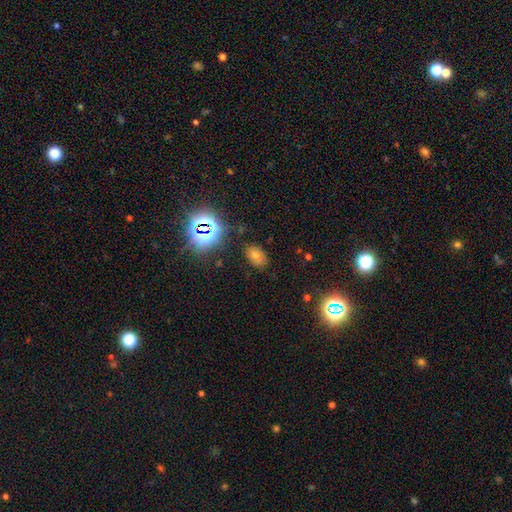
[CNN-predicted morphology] Q: Smooth or featured?
A: smooth (49%); runner-up: star or artifact (39%)
Q: Merging?
A: none (83%); runner-up: minor disturbance (11%)